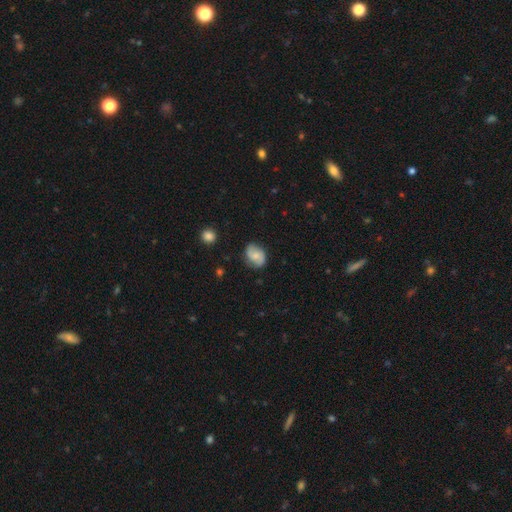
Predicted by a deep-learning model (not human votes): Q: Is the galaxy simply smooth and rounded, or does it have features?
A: featured or disk — 48%.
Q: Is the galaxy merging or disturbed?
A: none — 76%.